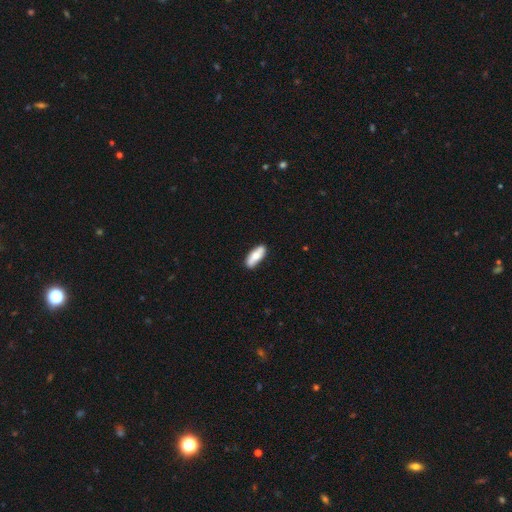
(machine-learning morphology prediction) Smooth or featured?
  - smooth: 71% *
  - featured or disk: 23%
  - star or artifact: 6%
How rounded?
  - in between: 70% *
  - cigar-shaped: 27%
  - round: 2%
Merging?
  - none: 85% *
  - minor disturbance: 12%
  - major disturbance: 2%
  - merger: 1%